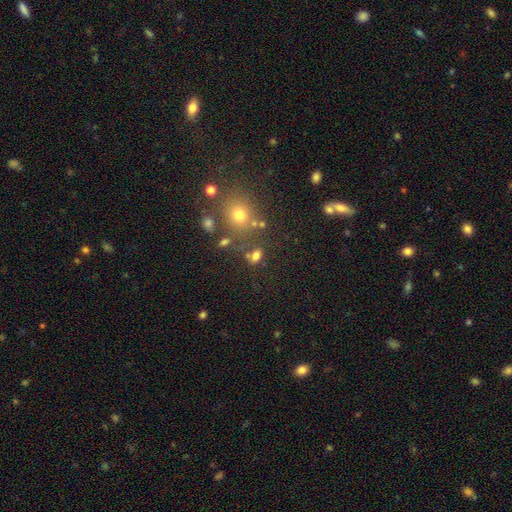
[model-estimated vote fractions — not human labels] This appears to be a smooth galaxy with no disk features (73%) that is in between round and cigar-shaped (65%). Merging: none (62%).